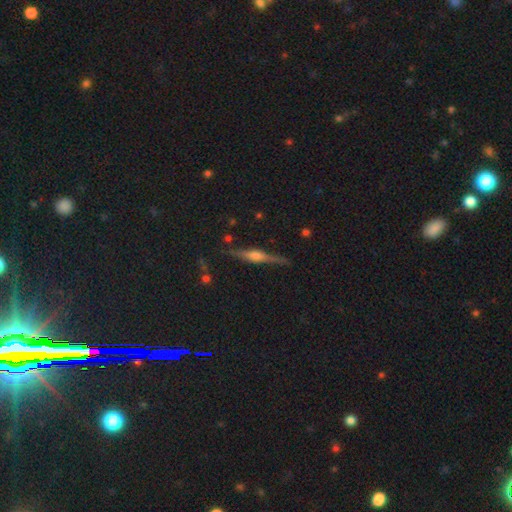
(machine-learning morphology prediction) Smooth or featured: featured or disk — 76% (smooth — 15%)
Edge-on disk: yes — 98% (no — 2%)
Edge-on bulge: rounded — 78% (boxy — 17%)
Merging: none — 87% (minor disturbance — 9%)